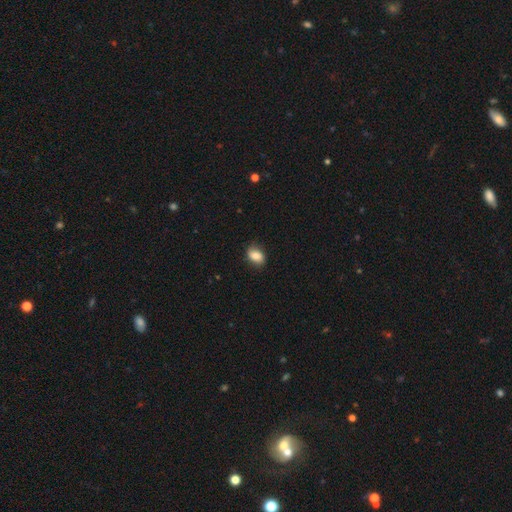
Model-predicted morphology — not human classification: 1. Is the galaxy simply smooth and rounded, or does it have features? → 81% smooth, 11% featured or disk, 8% star or artifact.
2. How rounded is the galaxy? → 76% in between, 23% round, 1% cigar-shaped.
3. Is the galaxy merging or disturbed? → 77% none, 18% minor disturbance, 4% major disturbance, 1% merger.